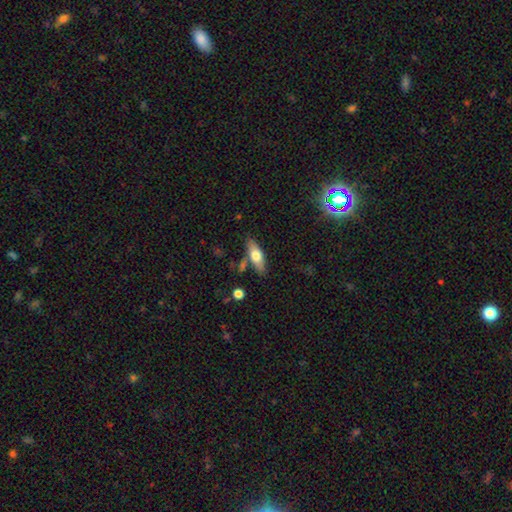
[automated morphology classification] Smooth or featured? Predicted: smooth (p=0.62). How rounded? Predicted: in between (p=0.62). Merging? Predicted: none (p=0.75).